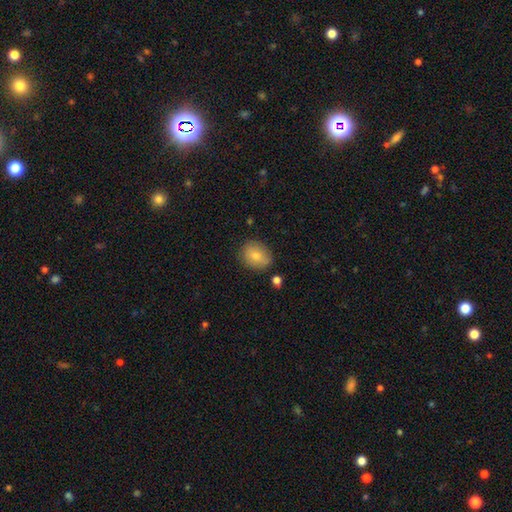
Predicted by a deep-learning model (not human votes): Q: Smooth or featured?
A: smooth (74%); runner-up: featured or disk (16%)
Q: How rounded?
A: round (52%); runner-up: in between (47%)
Q: Merging?
A: none (83%); runner-up: minor disturbance (12%)